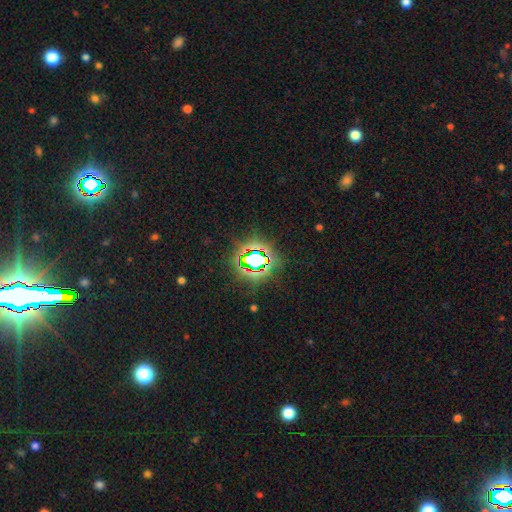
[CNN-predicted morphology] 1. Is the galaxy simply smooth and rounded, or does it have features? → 75% star or artifact, 15% smooth, 10% featured or disk.